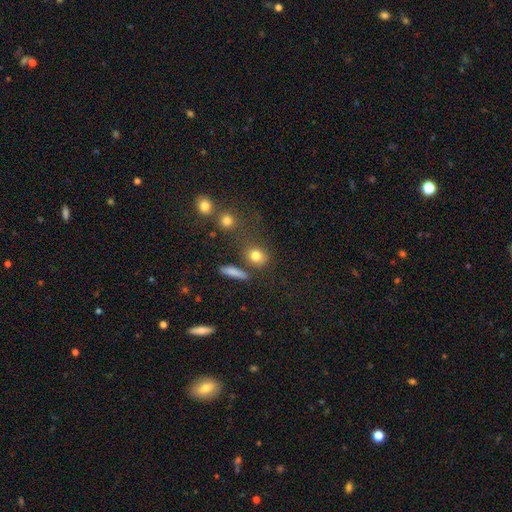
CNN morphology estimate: Smooth or featured? Predicted: smooth (p=0.80). How rounded? Predicted: round (p=0.62). Merging? Predicted: none (p=0.68).